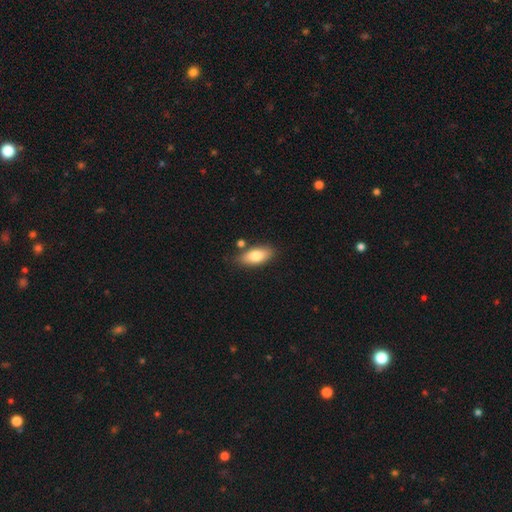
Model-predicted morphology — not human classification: smooth 78%, featured or disk 15%, star or artifact 7%. Down the decision tree: how rounded — in between (86%); merging — none (78%).